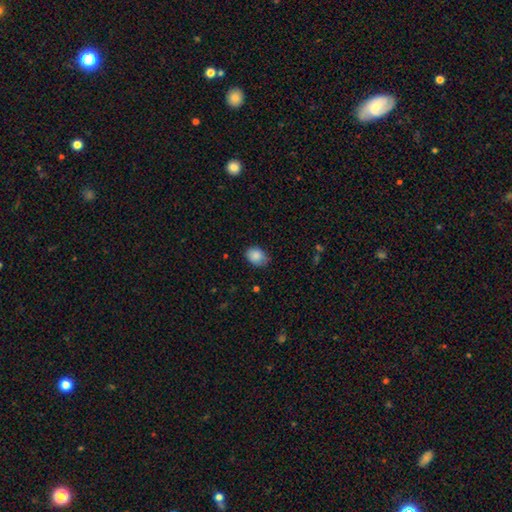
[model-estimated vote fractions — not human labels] smooth_or_featured: smooth (p=0.86) [alt: star or artifact p=0.08]
how_rounded: in between (p=0.68) [alt: round p=0.31]
merging: none (p=0.73) [alt: minor disturbance p=0.22]